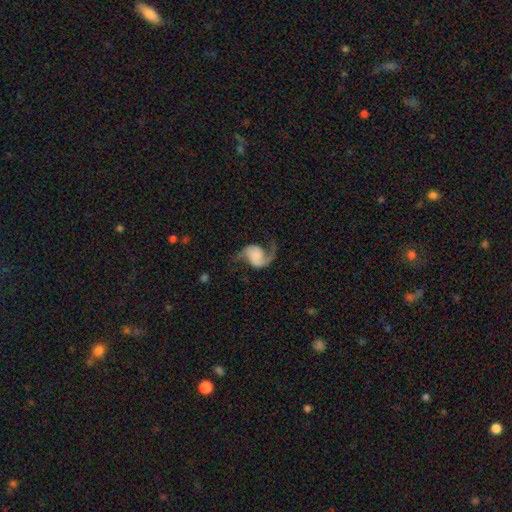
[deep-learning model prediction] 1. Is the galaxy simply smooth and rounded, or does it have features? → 86% featured or disk, 8% smooth, 6% star or artifact.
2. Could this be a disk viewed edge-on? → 98% no, 2% yes.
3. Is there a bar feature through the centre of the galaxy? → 70% no, 23% weak, 8% strong.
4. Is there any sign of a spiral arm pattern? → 97% yes, 3% no.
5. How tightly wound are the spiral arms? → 63% loose, 29% medium, 7% tight.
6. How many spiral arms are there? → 90% 2, 6% 1, 1% can't tell, 1% 3, 1% 4, 1% more than 4.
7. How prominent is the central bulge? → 50% none, 17% large, 13% small, 11% dominant, 8% moderate.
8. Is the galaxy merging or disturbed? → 69% none, 16% minor disturbance, 12% major disturbance, 2% merger.